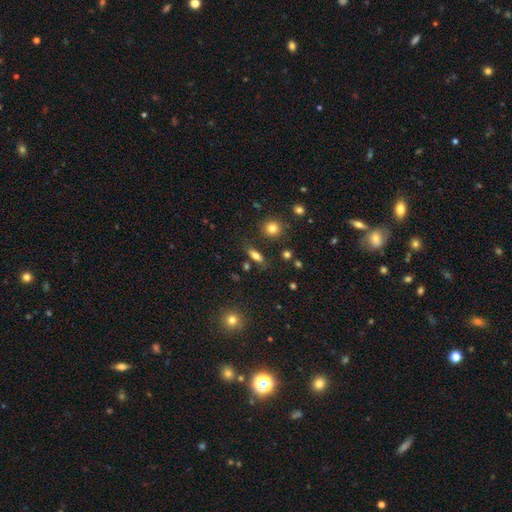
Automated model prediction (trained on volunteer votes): Morphology: type=smooth (73%); roundness=in between (59%); merging=none (80%).